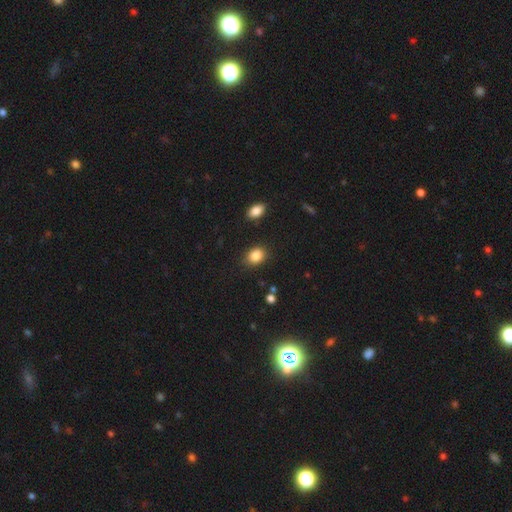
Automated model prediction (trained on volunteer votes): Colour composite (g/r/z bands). It shows a smooth galaxy with no disk features (86%) that is in between round and cigar-shaped (57%). Merging: none (83%).